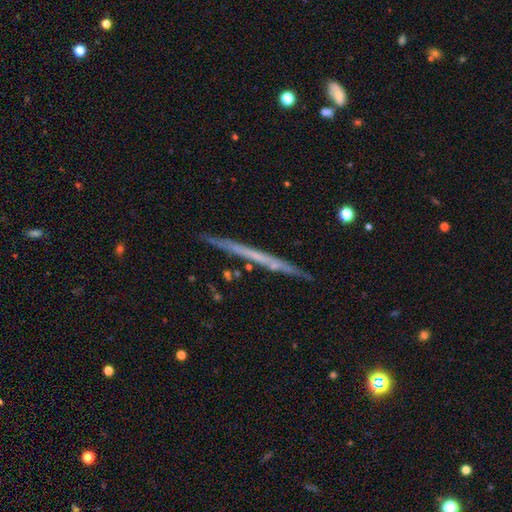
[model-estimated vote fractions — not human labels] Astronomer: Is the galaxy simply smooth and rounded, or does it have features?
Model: featured or disk — 59%.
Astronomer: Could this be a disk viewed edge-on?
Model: yes — 97%.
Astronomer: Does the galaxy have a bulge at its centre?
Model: none — 92%.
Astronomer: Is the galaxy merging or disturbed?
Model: none — 89%.